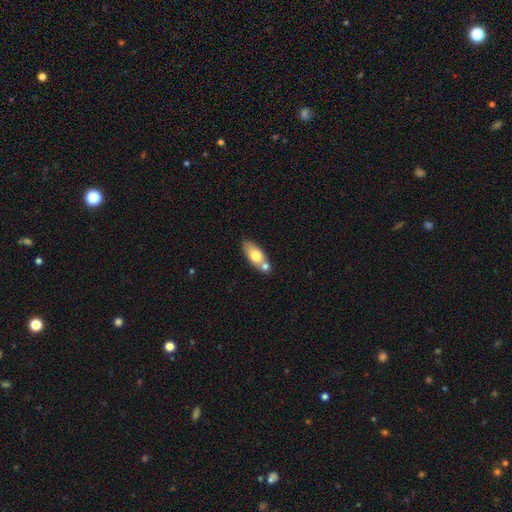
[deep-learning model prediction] A smooth galaxy with no disk features (69%) that is in between round and cigar-shaped (79%).

Vote fractions:
- Smooth or featured? smooth: 69% / featured or disk: 25% / star or artifact: 7%
- How rounded? in between: 79% / cigar-shaped: 16% / round: 5%
- Merging? none: 48% / merger: 35% / minor disturbance: 13% / major disturbance: 4%